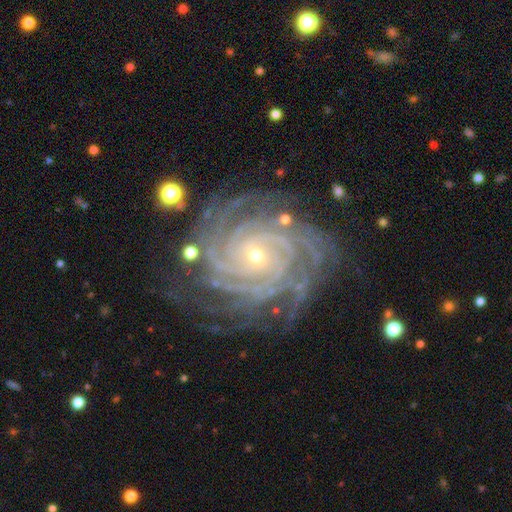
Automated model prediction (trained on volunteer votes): featured or disk 93%, star or artifact 5%, smooth 3%. Down the decision tree: edge-on disk — no (98%); bar — no (59%); spiral arms — yes (99%); spiral arm count — more than 4 (33%); spiral winding — tight (81%); bulge size — small (76%); merging — none (75%).